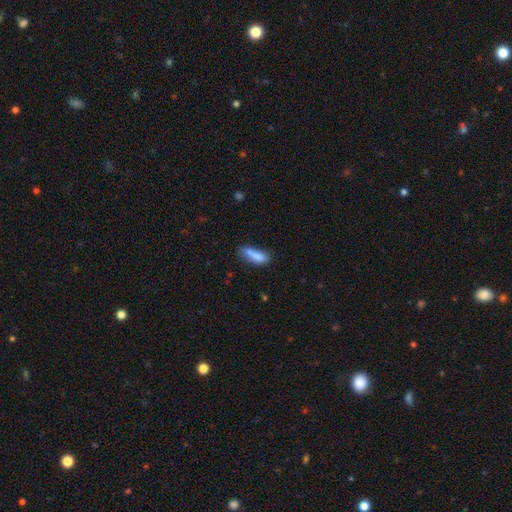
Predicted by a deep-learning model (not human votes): Smooth or featured? Predicted: smooth (p=0.80). How rounded? Predicted: in between (p=0.50). Merging? Predicted: none (p=0.48).